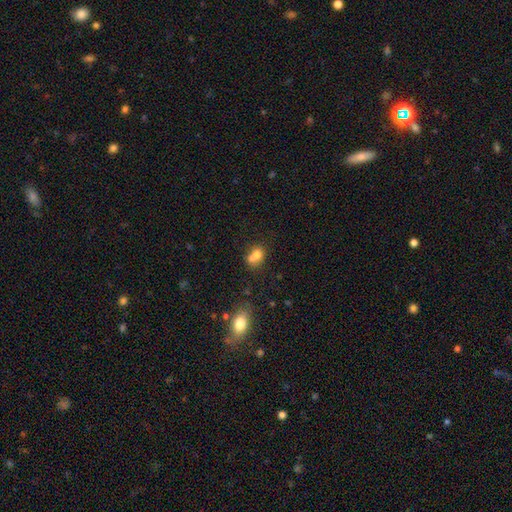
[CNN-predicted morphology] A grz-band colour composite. It shows a smooth galaxy with no disk features (73%) that is round (61%). Merging: merger (59%).